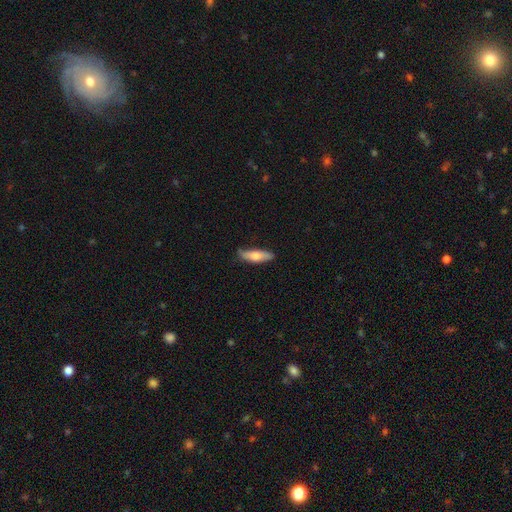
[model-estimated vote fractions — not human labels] Smooth or featured? smooth (68%)
How rounded? cigar-shaped (54%)
Merging? none (77%)